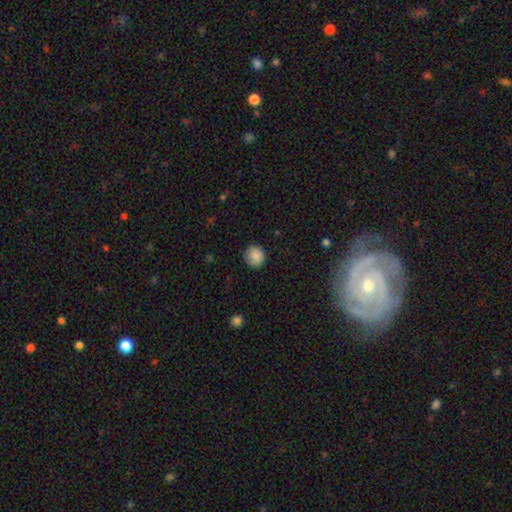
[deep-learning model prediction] smooth_or_featured: smooth (p=0.88) [alt: star or artifact p=0.08]
how_rounded: round (p=0.88) [alt: in between p=0.11]
merging: none (p=0.84) [alt: minor disturbance p=0.13]